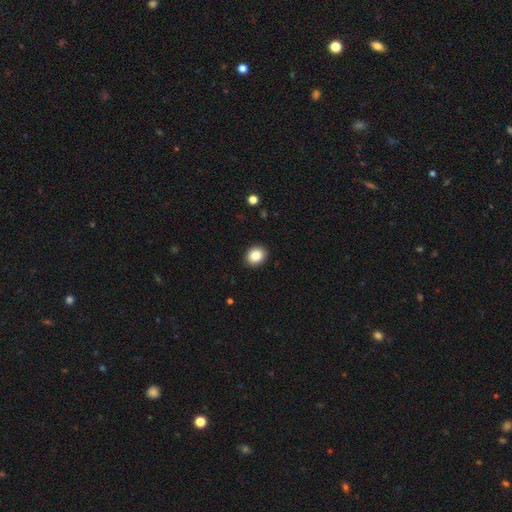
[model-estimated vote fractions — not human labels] Q: Smooth or featured?
A: smooth (86%); runner-up: star or artifact (9%)
Q: How rounded?
A: round (63%); runner-up: in between (36%)
Q: Merging?
A: none (91%); runner-up: minor disturbance (6%)